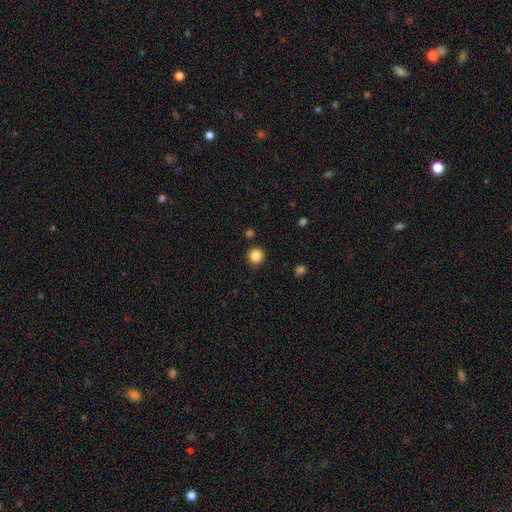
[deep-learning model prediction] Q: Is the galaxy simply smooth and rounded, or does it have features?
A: smooth — 86%.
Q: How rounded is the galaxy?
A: round — 94%.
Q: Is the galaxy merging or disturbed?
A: none — 88%.